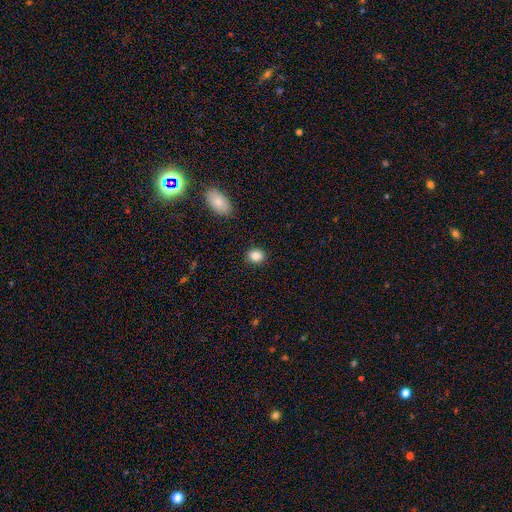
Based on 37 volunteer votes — Morphology: type=smooth (92%); roundness=in between (56%); merging=none (91%).